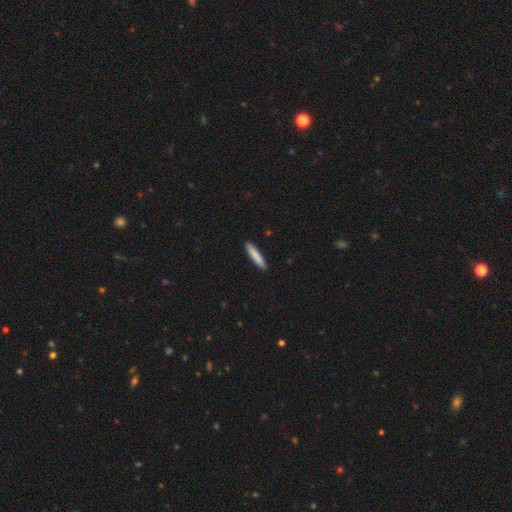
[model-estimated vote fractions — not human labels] This appears to be a smooth galaxy with no disk features (85%) that is cigar-shaped (88%). Merging: none (91%).